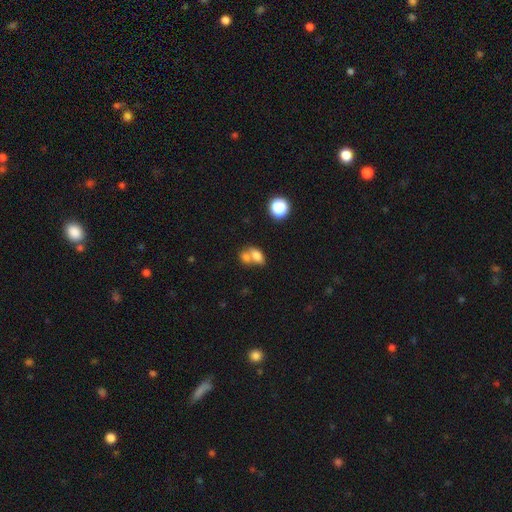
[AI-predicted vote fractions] Q: Smooth or featured?
A: smooth (77%); runner-up: featured or disk (13%)
Q: How rounded?
A: in between (82%); runner-up: round (16%)
Q: Merging?
A: merger (58%); runner-up: none (29%)